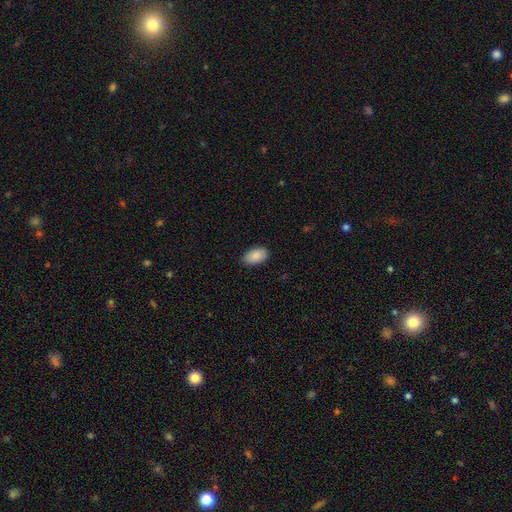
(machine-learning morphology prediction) smooth-or-featured: smooth: 88% | star or artifact: 6% | featured or disk: 5%
  how-rounded: in between: 94% | round: 5% | cigar-shaped: 1%
  merging: none: 84% | minor disturbance: 13% | major disturbance: 2% | merger: 1%